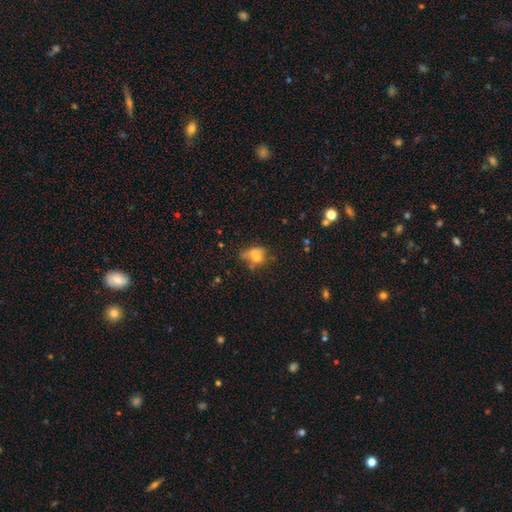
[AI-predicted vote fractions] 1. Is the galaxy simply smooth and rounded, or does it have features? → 54% smooth, 29% featured or disk, 18% star or artifact.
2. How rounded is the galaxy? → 48% in between (tied), 48% round (tied), 4% cigar-shaped.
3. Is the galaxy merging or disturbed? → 40% none, 25% merger, 20% minor disturbance, 15% major disturbance.